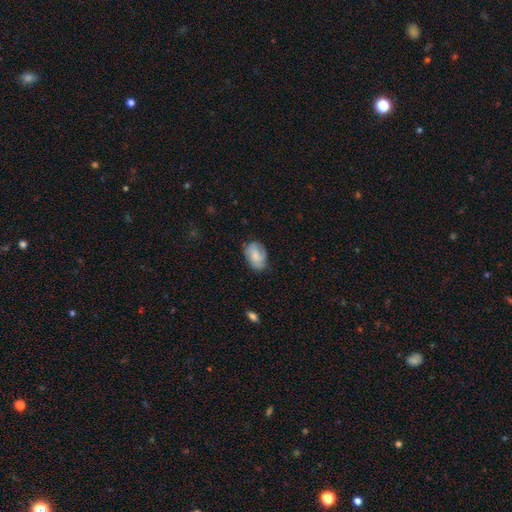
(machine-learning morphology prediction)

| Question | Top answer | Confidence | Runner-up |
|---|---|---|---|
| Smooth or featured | smooth | 51% | featured or disk (40%) |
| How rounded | in between | 80% | round (18%) |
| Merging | none | 62% | minor disturbance (27%) |